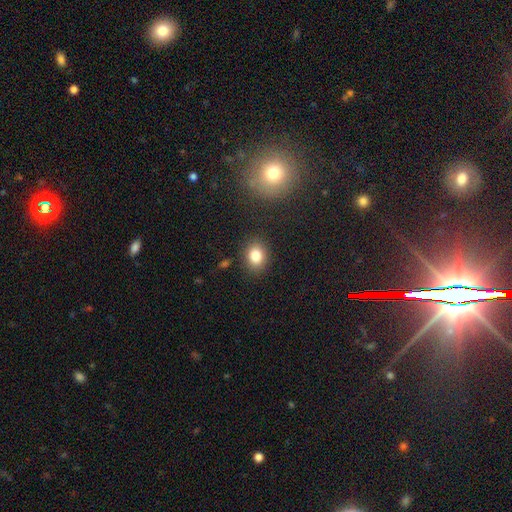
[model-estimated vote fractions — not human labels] This appears to be a smooth galaxy with no disk features (83%) that is in between round and cigar-shaped (50%). Merging: none (85%).